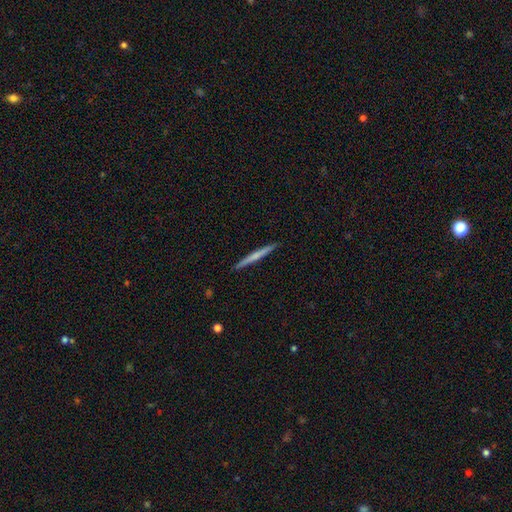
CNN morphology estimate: smooth_or_featured: smooth (p=0.53) [alt: featured or disk p=0.42]
how_rounded: cigar-shaped (p=0.97) [alt: in between p=0.02]
merging: none (p=0.92) [alt: minor disturbance p=0.05]